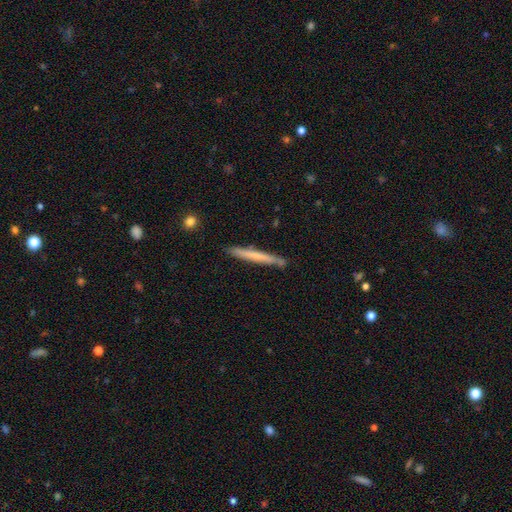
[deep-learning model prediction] Overall: smooth (56%; featured or disk 38%). How rounded: cigar-shaped (97%). Merging: none (85%).